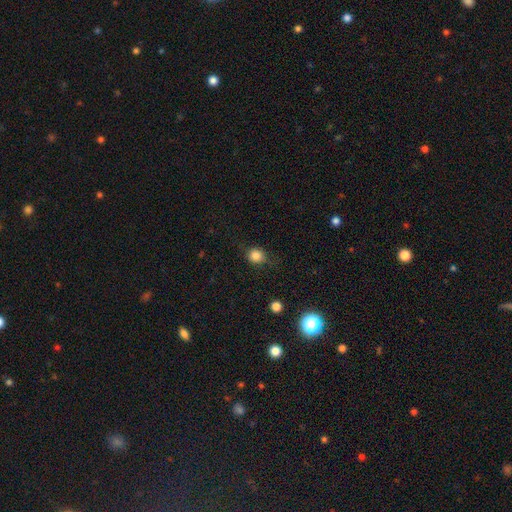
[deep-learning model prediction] Smooth or featured?
  - smooth: 83% *
  - star or artifact: 12%
  - featured or disk: 5%
How rounded?
  - round: 78% *
  - in between: 21%
  - cigar-shaped: 1%
Merging?
  - none: 76% *
  - minor disturbance: 17%
  - major disturbance: 5%
  - merger: 1%